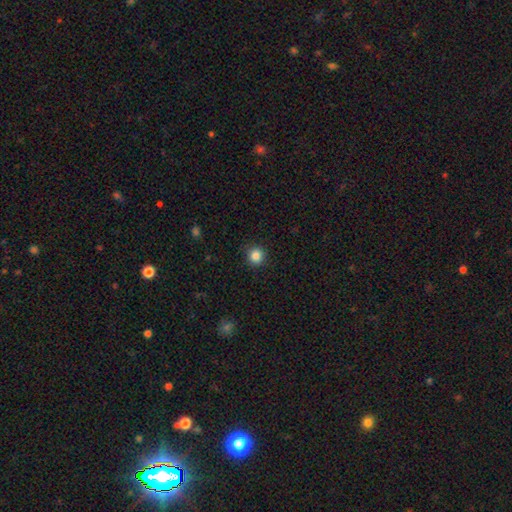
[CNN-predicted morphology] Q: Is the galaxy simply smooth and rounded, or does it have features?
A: smooth — 85%.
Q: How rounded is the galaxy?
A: round — 94%.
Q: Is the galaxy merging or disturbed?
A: none — 91%.